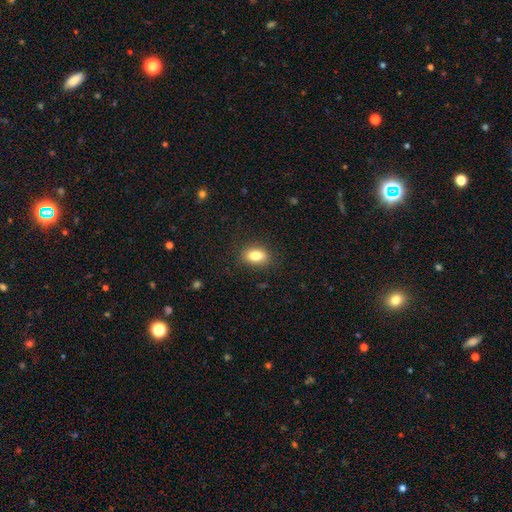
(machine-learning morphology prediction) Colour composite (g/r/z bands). It shows a smooth galaxy with no disk features (83%) that is in between round and cigar-shaped (84%). Merging: none (86%).